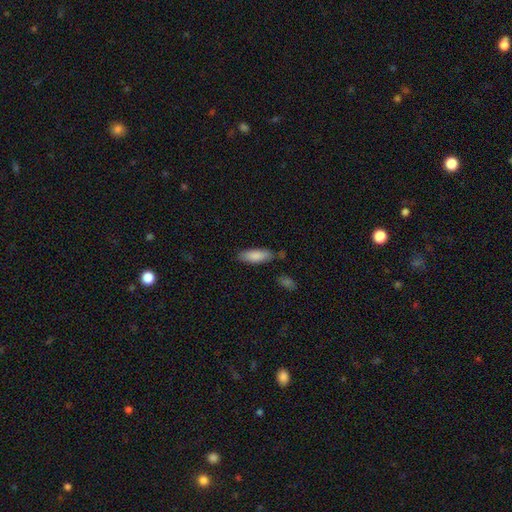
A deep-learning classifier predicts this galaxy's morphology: Smooth or featured: smooth — 85% (featured or disk — 9%)
How rounded: in between — 64% (cigar-shaped — 34%)
Merging: none — 74% (minor disturbance — 17%)